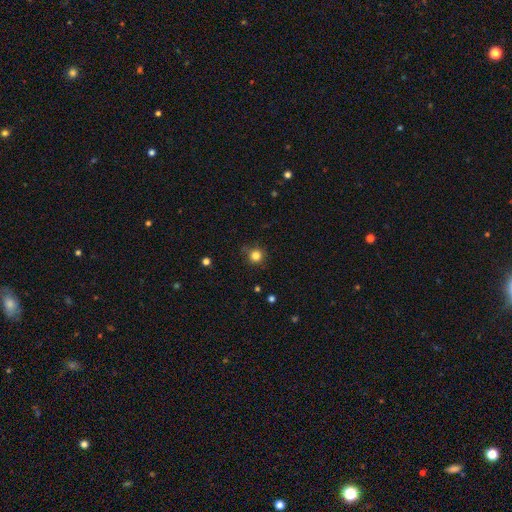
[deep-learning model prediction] Morphology: type=smooth (82%); roundness=round (94%); merging=none (81%).